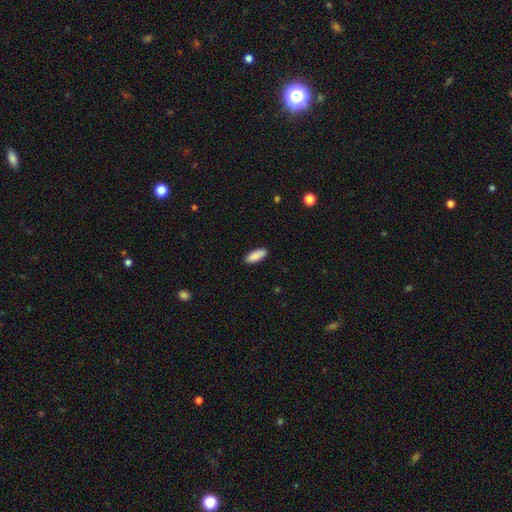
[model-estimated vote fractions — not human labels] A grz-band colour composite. It shows a smooth galaxy with no disk features (90%) that is in between round and cigar-shaped (72%). Merging: none (89%).